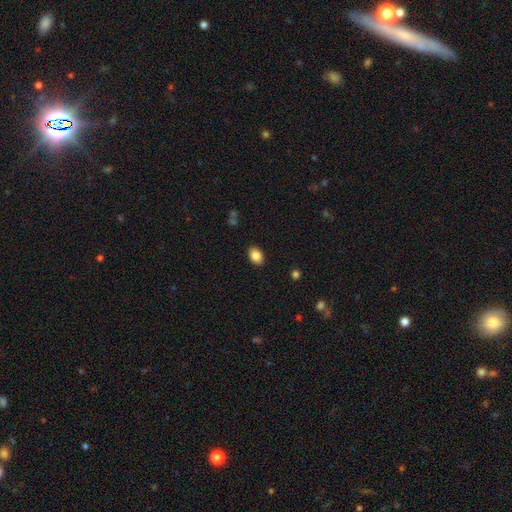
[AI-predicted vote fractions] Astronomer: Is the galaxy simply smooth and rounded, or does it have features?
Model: smooth — 85%.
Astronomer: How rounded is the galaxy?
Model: in between — 81%.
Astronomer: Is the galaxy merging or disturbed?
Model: none — 88%.